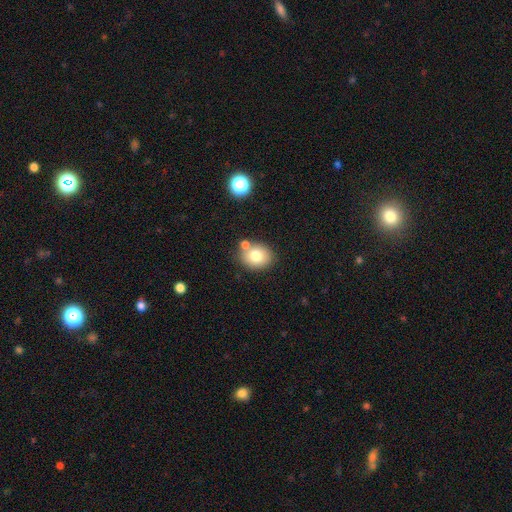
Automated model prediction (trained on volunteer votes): Smooth or featured: smooth — 76% (featured or disk — 13%)
How rounded: round — 55% (in between — 44%)
Merging: none — 69% (merger — 16%)